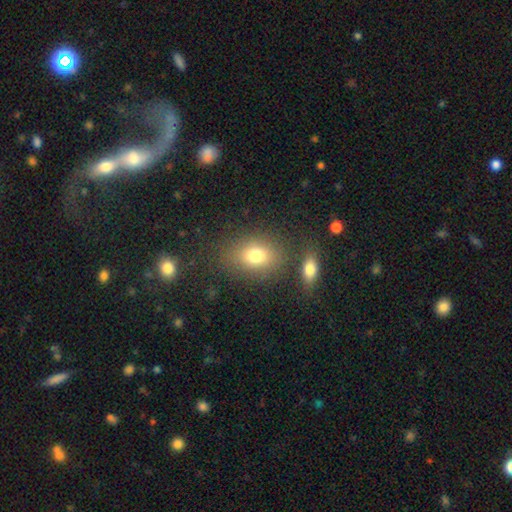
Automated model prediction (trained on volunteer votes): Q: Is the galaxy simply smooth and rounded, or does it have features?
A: smooth — 77%.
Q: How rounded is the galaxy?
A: in between — 65%.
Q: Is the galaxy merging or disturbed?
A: none — 74%.